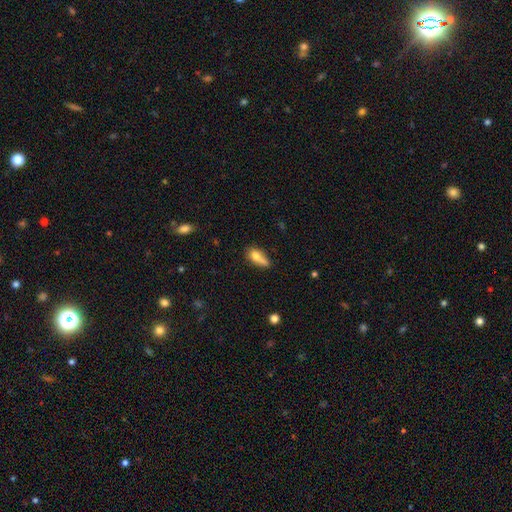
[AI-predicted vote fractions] The model was most divided on "merging": none: 34%, merger: 33%, minor disturbance: 23%, major disturbance: 11%. More confident: how rounded — in between (73%); smooth or featured — smooth (71%).